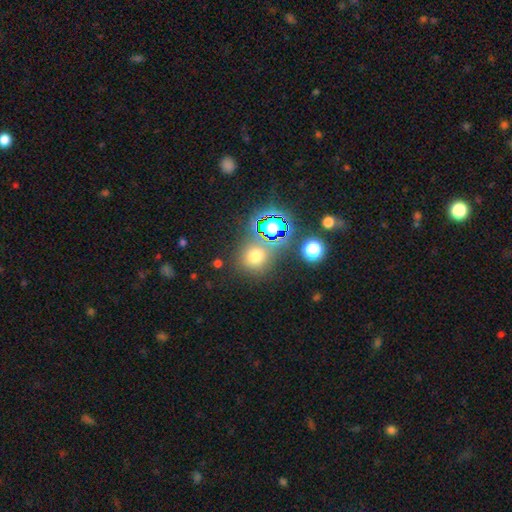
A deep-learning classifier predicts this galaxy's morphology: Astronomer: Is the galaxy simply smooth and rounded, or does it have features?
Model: smooth — 62%.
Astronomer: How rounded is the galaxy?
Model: round — 84%.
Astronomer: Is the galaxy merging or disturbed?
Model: none — 74%.